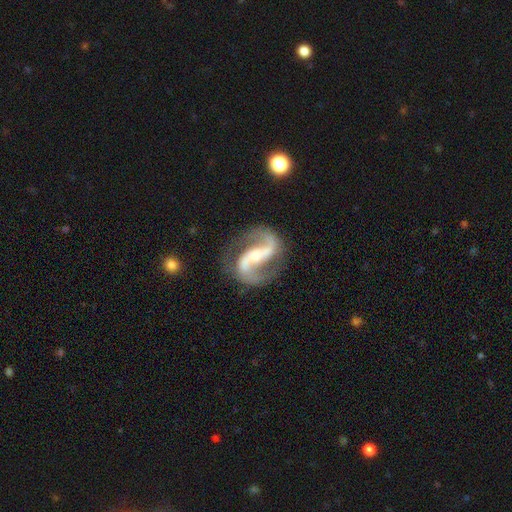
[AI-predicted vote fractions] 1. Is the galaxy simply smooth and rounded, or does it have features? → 92% featured or disk, 4% star or artifact, 3% smooth.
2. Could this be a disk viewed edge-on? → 98% no, 2% yes.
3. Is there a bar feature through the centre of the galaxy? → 46% strong, 31% weak, 23% no.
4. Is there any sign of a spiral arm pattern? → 98% yes, 2% no.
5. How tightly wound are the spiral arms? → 52% medium, 37% loose, 11% tight.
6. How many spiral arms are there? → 94% 2, 1% 1, 1% can't tell, 1% 3, 1% 4, 1% more than 4.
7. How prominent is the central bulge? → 48% small, 43% moderate, 4% large, 4% none, 1% dominant.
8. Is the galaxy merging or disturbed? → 81% none, 12% minor disturbance, 6% major disturbance, 2% merger.